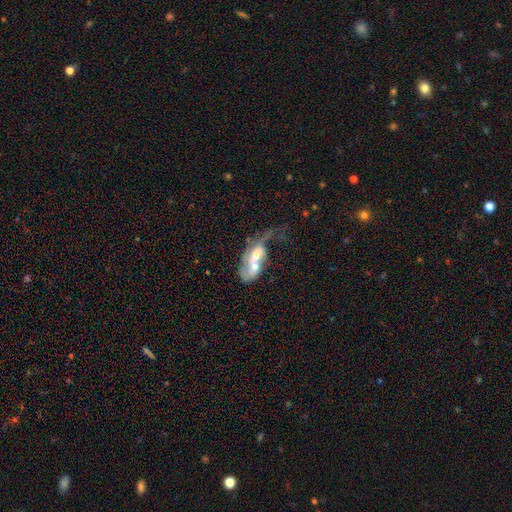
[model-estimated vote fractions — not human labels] This appears to be a featured or disk galaxy (60%) with no bar (61%), spiral arms (52%) and a moderate central bulge (61%). Merging: merger (58%).